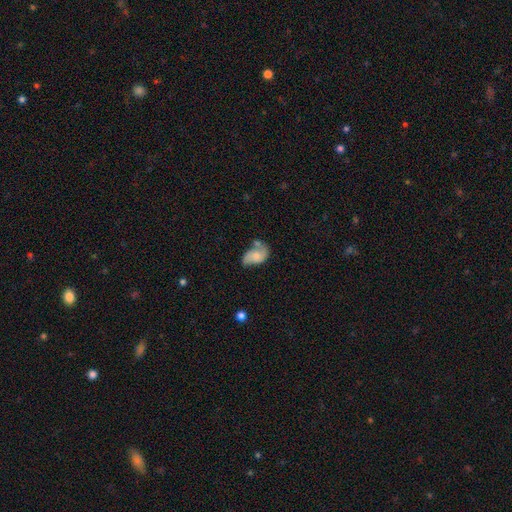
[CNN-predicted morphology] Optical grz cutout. It shows a smooth galaxy with no disk features (48%). Merging: none (32%).